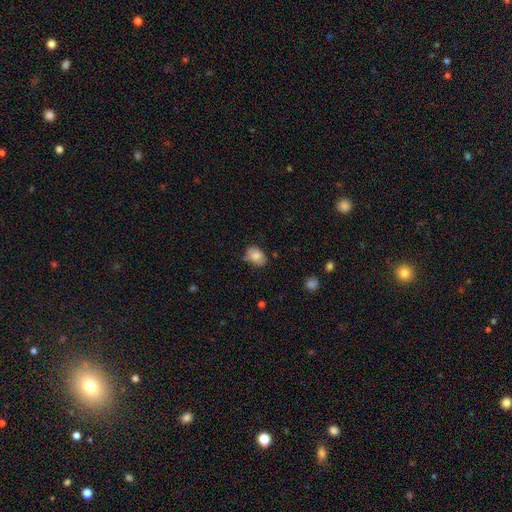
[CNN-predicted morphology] Smooth or featured? smooth (82%)
How rounded? in between (75%)
Merging? none (65%)